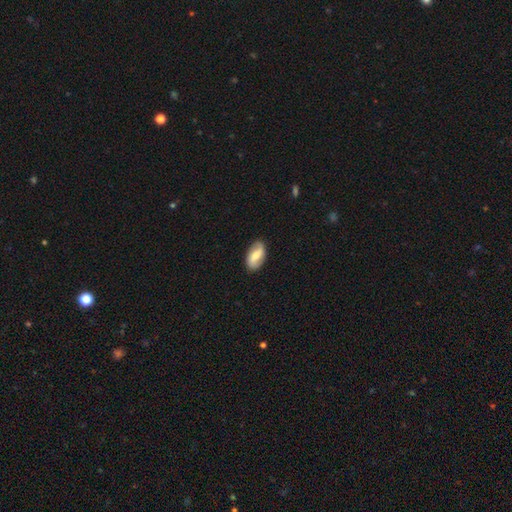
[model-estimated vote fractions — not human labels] Smooth or featured? featured or disk (47%)
Merging? none (85%)